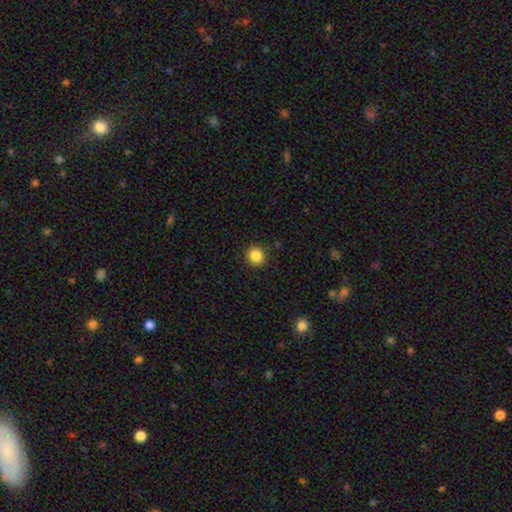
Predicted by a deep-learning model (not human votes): Smooth or featured? smooth (86%)
How rounded? round (88%)
Merging? none (90%)